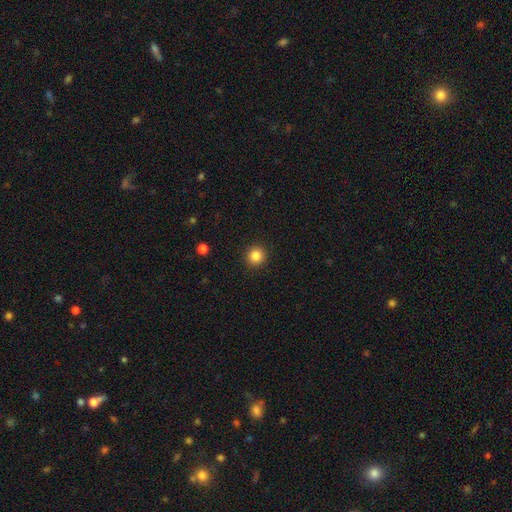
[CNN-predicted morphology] smooth_or_featured: smooth (p=0.84) [alt: star or artifact p=0.11]
how_rounded: round (p=0.95) [alt: in between p=0.04]
merging: none (p=0.92) [alt: minor disturbance p=0.05]